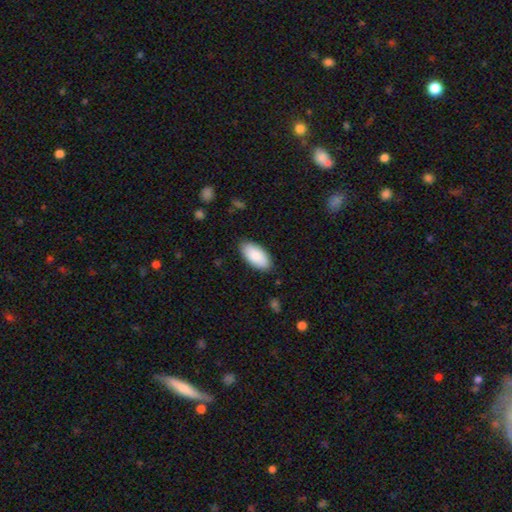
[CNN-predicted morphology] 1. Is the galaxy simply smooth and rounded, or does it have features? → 87% smooth, 8% featured or disk, 6% star or artifact.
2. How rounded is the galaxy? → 94% in between, 4% cigar-shaped, 2% round.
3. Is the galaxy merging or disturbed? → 86% none, 11% minor disturbance, 2% major disturbance, 1% merger.